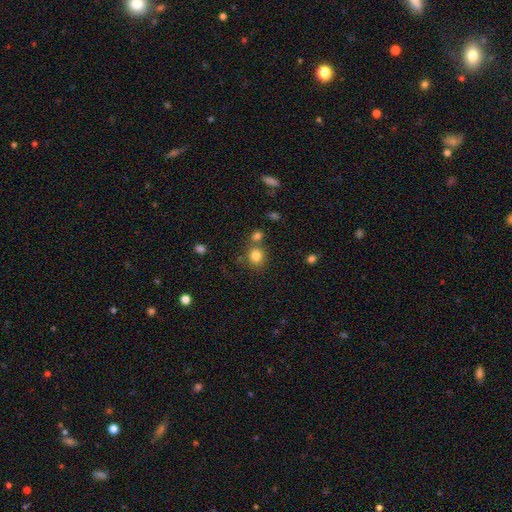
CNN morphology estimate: Smooth or featured? smooth (82%)
How rounded? round (80%)
Merging? none (67%)